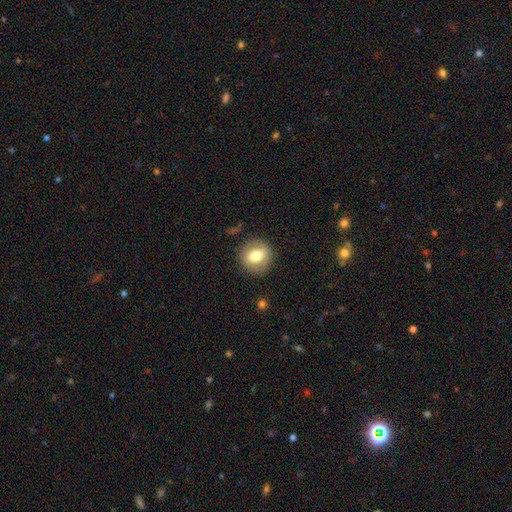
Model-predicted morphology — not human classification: Overall: smooth (62%; featured or disk 30%). How rounded: round (82%). Merging: none (85%).